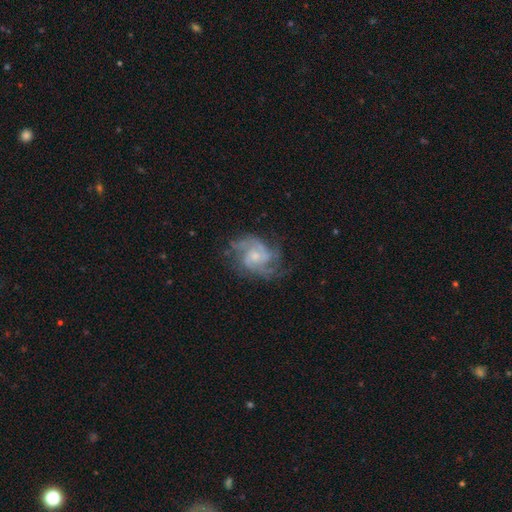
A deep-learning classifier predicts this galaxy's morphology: Smooth or featured?
  - featured or disk: 82% *
  - smooth: 11%
  - star or artifact: 7%
Edge-on disk?
  - no: 98% *
  - yes: 2%
Bar?
  - no: 67% *
  - weak: 29%
  - strong: 4%
Spiral arms?
  - yes: 93% *
  - no: 7%
Spiral winding?
  - medium: 48% *
  - tight: 35%
  - loose: 16%
Spiral arm count?
  - 2: 35% *
  - can't tell: 24%
  - 3: 23%
  - 4: 8%
  - 1: 5%
  - more than 4: 5%
Bulge size?
  - small: 53% *
  - moderate: 37%
  - none: 5%
  - large: 3%
  - dominant: 1%
Merging?
  - none: 62% *
  - minor disturbance: 21%
  - major disturbance: 15%
  - merger: 2%